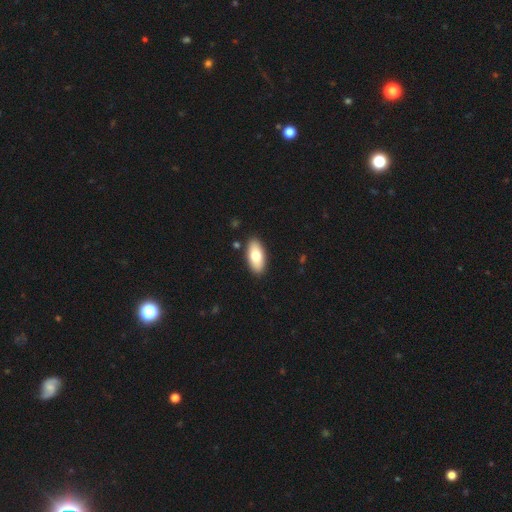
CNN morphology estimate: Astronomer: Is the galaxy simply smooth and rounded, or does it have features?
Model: smooth — 74%.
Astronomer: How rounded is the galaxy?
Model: in between — 90%.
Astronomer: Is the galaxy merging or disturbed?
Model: none — 89%.